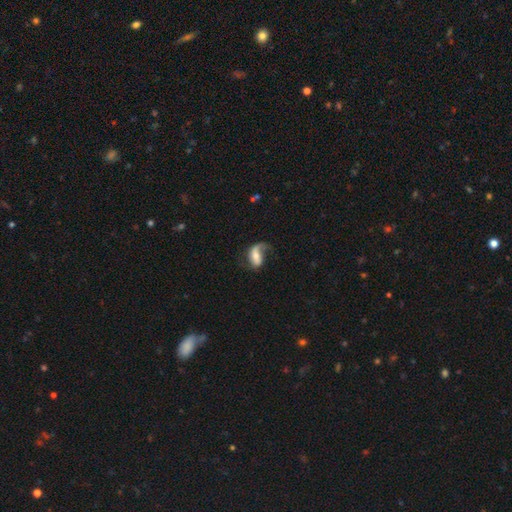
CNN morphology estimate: Smooth or featured: featured or disk — 55% (smooth — 38%)
Edge-on disk: no — 94% (yes — 6%)
Bar: no — 43% (weak — 33%)
Spiral arms: yes — 81% (no — 19%)
Bulge size: moderate — 51% (small — 35%)
Merging: none — 36% (major disturbance — 35%)